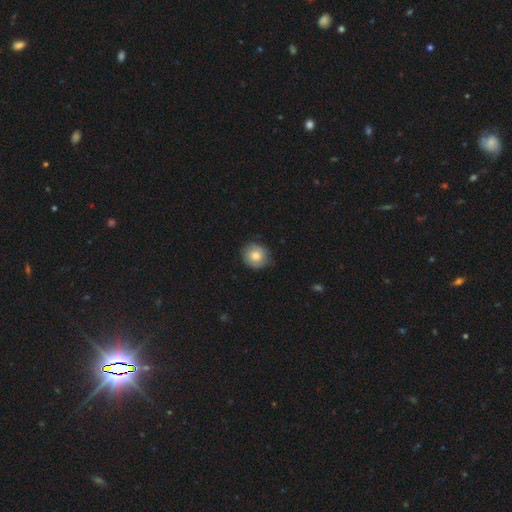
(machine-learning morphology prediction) type=smooth (77%); roundness=round (85%); merging=none (82%).